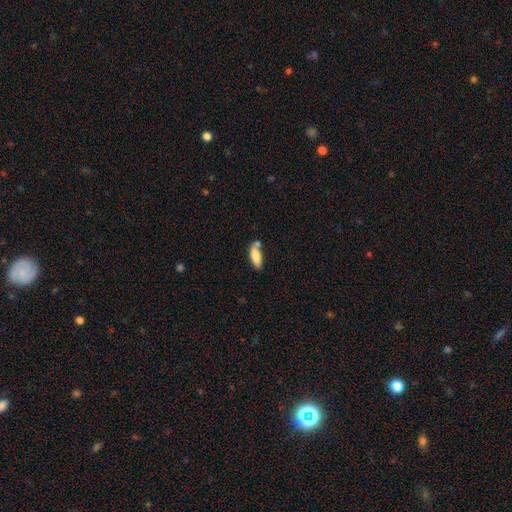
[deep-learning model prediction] smooth-or-featured: smooth: 82% | featured or disk: 11% | star or artifact: 7%
  how-rounded: in between: 69% | cigar-shaped: 29% | round: 2%
  merging: none: 53% | minor disturbance: 21% | merger: 21% | major disturbance: 5%